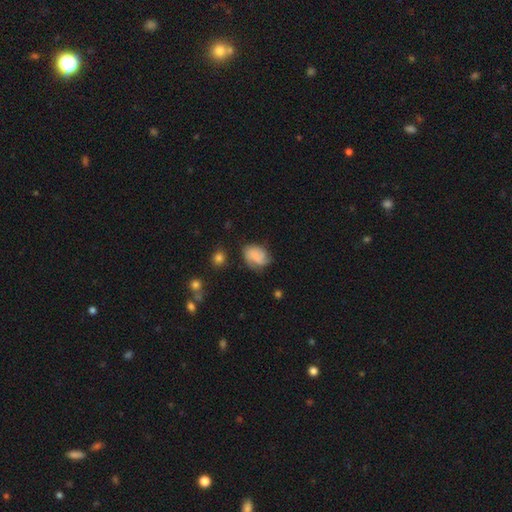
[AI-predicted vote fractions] Morphology: type=smooth (53%); roundness=in between (71%); merging=none (56%).